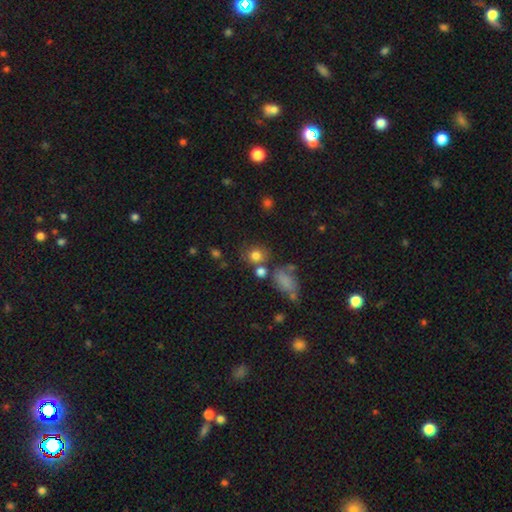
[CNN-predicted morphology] This appears to be a smooth galaxy with no disk features (79%) that is round (77%). Merging: none (63%).